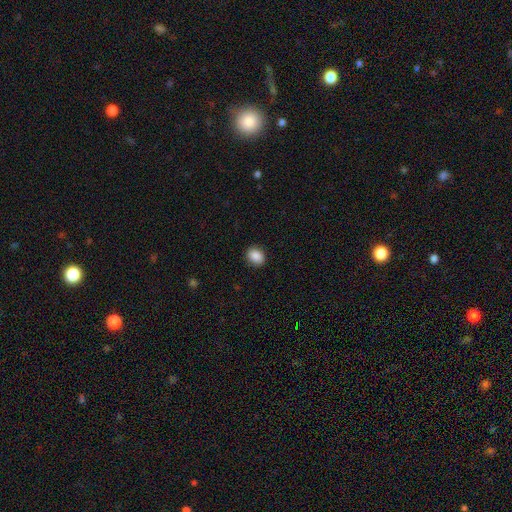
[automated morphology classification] Smooth or featured? smooth (88%)
How rounded? in between (52%)
Merging? none (89%)